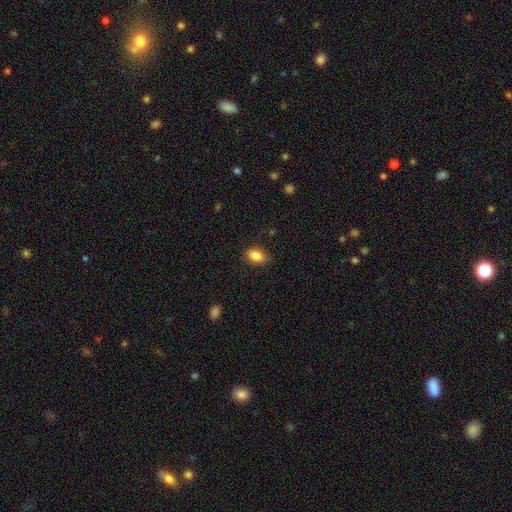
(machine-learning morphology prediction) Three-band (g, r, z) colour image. It shows a smooth galaxy with no disk features (85%) that is in between round and cigar-shaped (86%). Merging: none (80%).